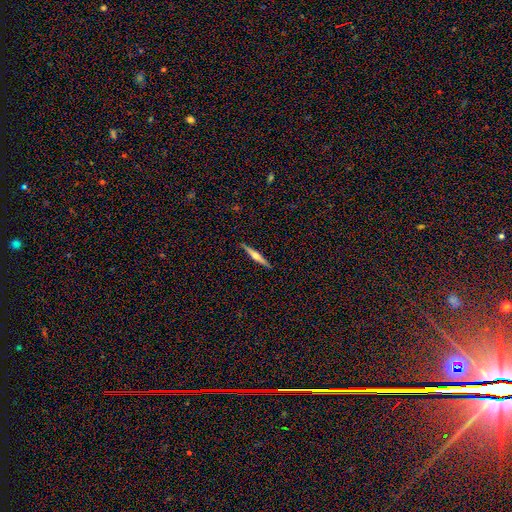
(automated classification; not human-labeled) This is likely a featured or disk galaxy (64%). It is clearly viewed edge-on (98%). Edge-on bulge: clearly rounded (87%). Merging: clearly none (91%).